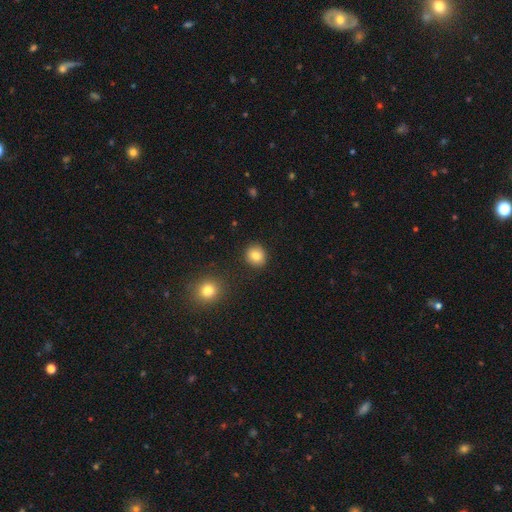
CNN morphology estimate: A smooth galaxy with no disk features (83%) that is round (84%). Merging: none (89%).